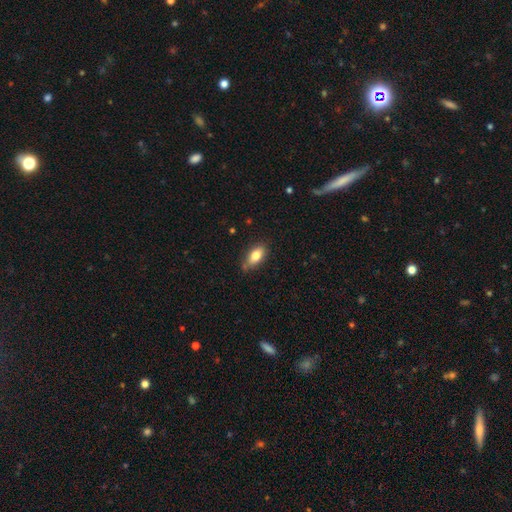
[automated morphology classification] A smooth galaxy with no disk features (79%) that is in between round and cigar-shaped (88%).

Vote fractions:
- Smooth or featured? smooth: 79% / featured or disk: 13% / star or artifact: 7%
- How rounded? in between: 88% / cigar-shaped: 8% / round: 4%
- Merging? none: 74% / minor disturbance: 20% / major disturbance: 3% / merger: 3%